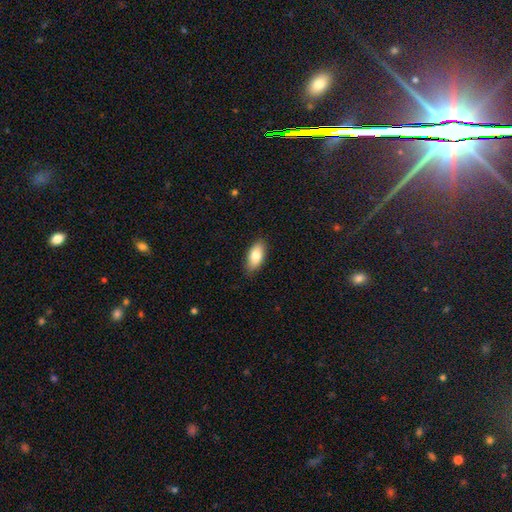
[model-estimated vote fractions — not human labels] Smooth or featured? smooth (80%)
How rounded? in between (90%)
Merging? none (86%)